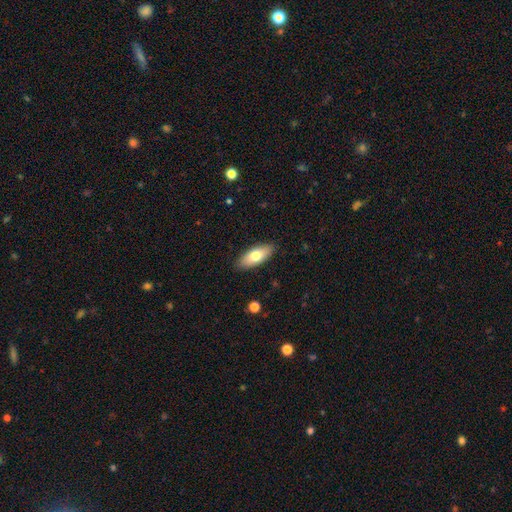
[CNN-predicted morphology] A smooth galaxy with no disk features (73%) that is in between round and cigar-shaped (81%).

Vote fractions:
- Smooth or featured? smooth: 73% / featured or disk: 21% / star or artifact: 6%
- How rounded? in between: 81% / cigar-shaped: 17% / round: 2%
- Merging? none: 88% / minor disturbance: 9% / major disturbance: 2% / merger: 1%